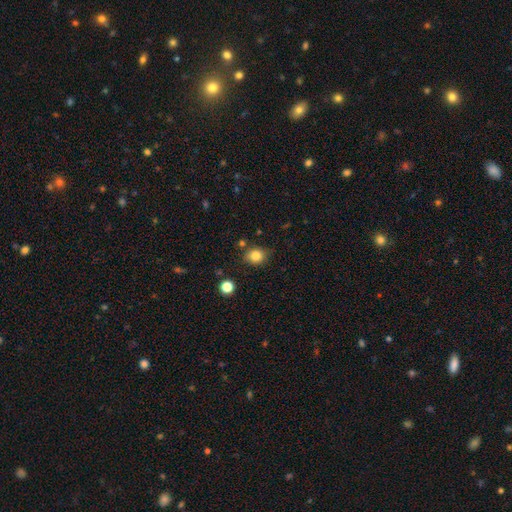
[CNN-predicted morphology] smooth_or_featured: smooth (p=0.83) [alt: star or artifact p=0.11]
how_rounded: round (p=0.62) [alt: in between p=0.37]
merging: none (p=0.79) [alt: minor disturbance p=0.13]